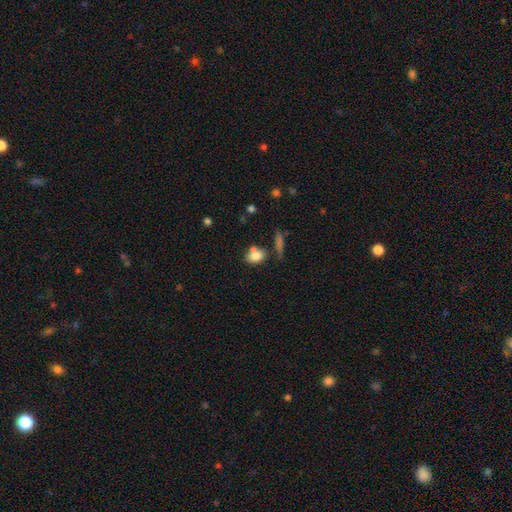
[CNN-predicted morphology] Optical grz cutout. It shows a smooth galaxy with no disk features (80%) that is in between round and cigar-shaped (67%). Merging: none (54%).